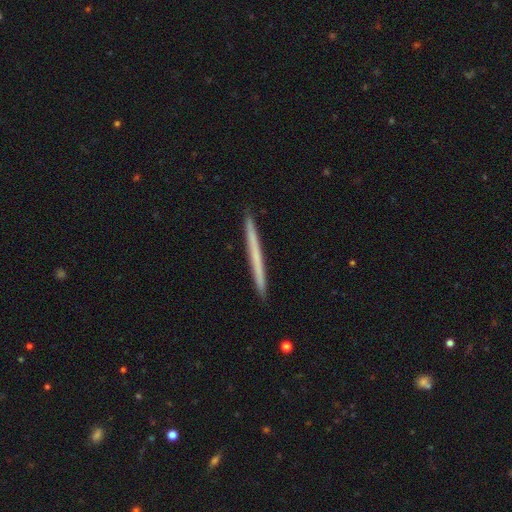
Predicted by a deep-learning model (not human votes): Smooth or featured?
  - smooth: 52% *
  - featured or disk: 42%
  - star or artifact: 6%
How rounded?
  - cigar-shaped: 97% *
  - in between: 1%
  - round: 1%
Merging?
  - none: 92% *
  - minor disturbance: 5%
  - major disturbance: 1%
  - merger: 1%